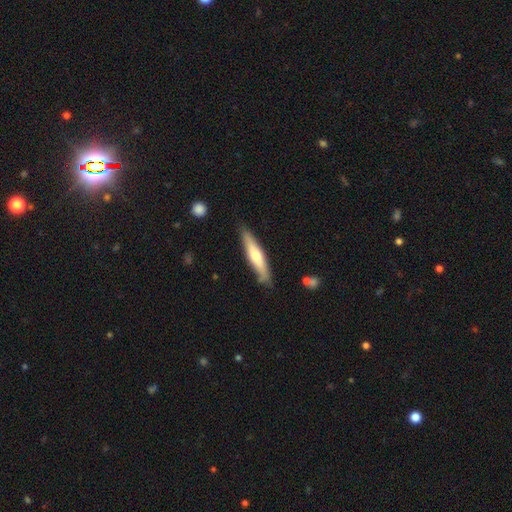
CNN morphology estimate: Overall: smooth (53%; featured or disk 42%). How rounded: cigar-shaped (86%). Merging: none (81%).